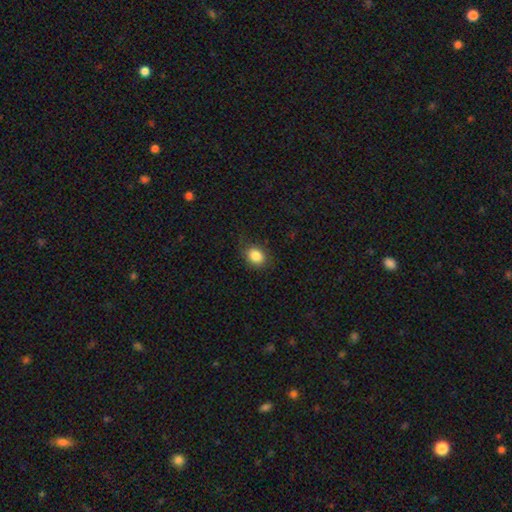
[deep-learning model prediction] Morphology: type=smooth (85%); roundness=round (52%); merging=none (78%).